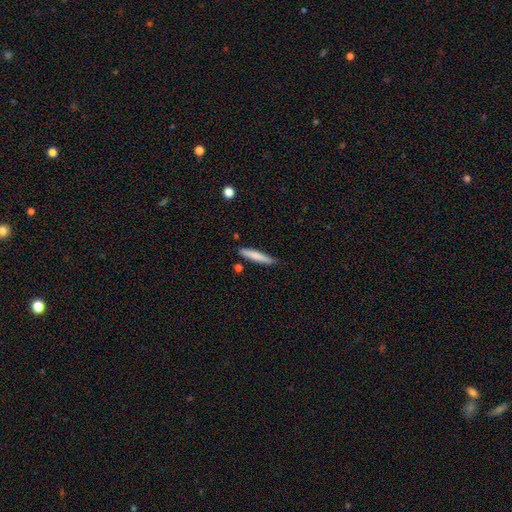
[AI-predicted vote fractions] Smooth or featured? smooth (76%)
How rounded? cigar-shaped (92%)
Merging? none (83%)